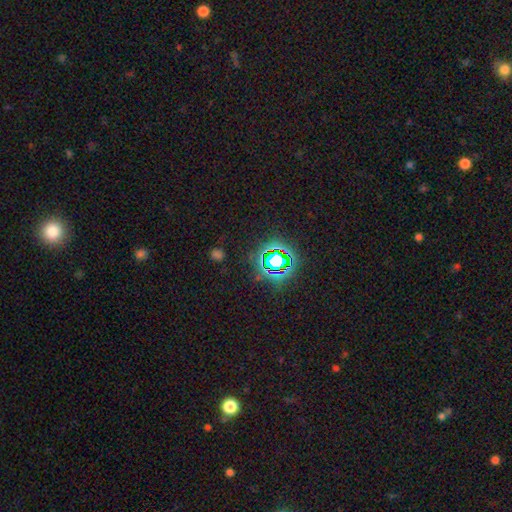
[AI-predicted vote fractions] smooth-or-featured: star or artifact: 79% | smooth: 13% | featured or disk: 7%